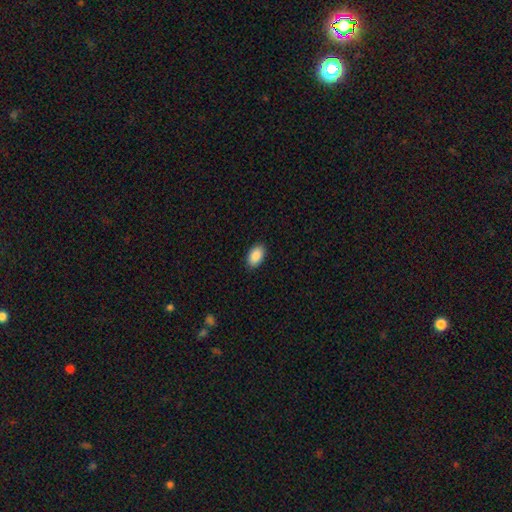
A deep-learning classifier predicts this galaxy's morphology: Smooth or featured? smooth (90%)
How rounded? in between (94%)
Merging? none (90%)